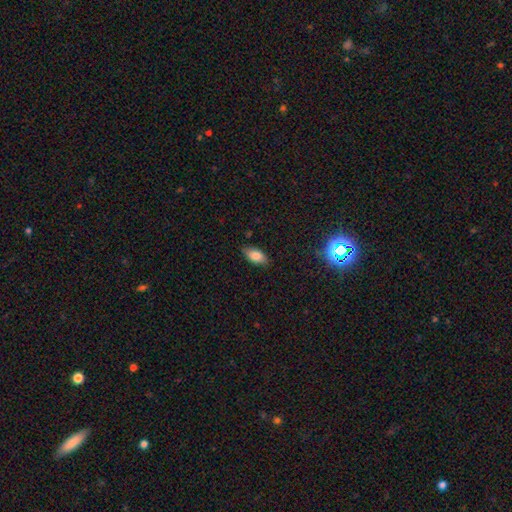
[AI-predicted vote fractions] smooth_or_featured: smooth (p=0.83) [alt: star or artifact p=0.09]
how_rounded: in between (p=0.91) [alt: cigar-shaped p=0.06]
merging: none (p=0.81) [alt: minor disturbance p=0.15]